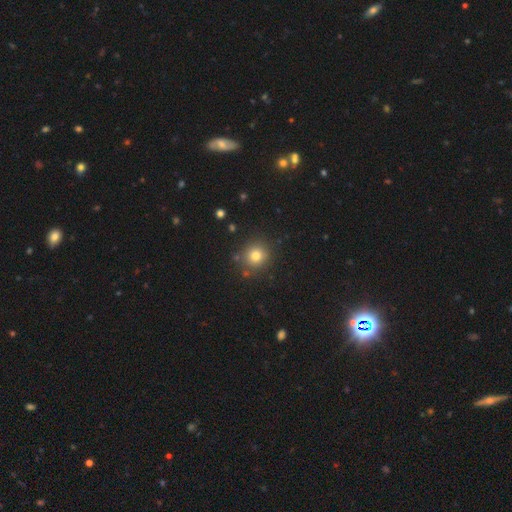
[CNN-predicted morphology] Q: Smooth or featured?
A: smooth (78%); runner-up: star or artifact (14%)
Q: How rounded?
A: round (91%); runner-up: in between (8%)
Q: Merging?
A: none (86%); runner-up: minor disturbance (8%)